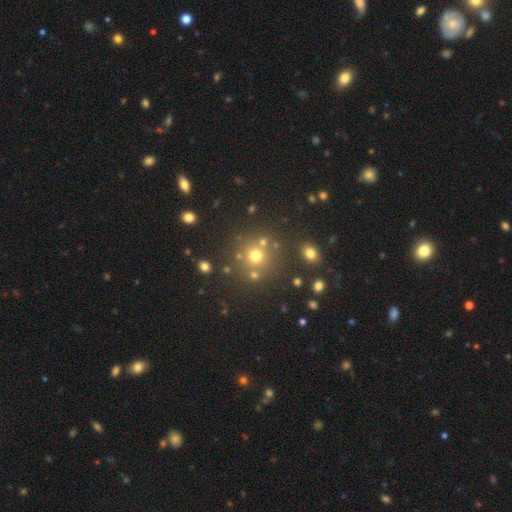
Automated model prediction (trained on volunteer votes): This appears to be a smooth galaxy with no disk features (69%) that is round (91%). Merging: none (76%).